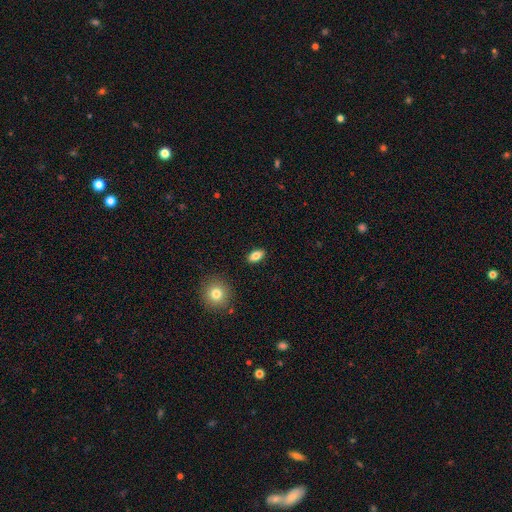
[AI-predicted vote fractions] Smooth or featured? Predicted: smooth (p=0.82). How rounded? Predicted: in between (p=0.88). Merging? Predicted: none (p=0.89).